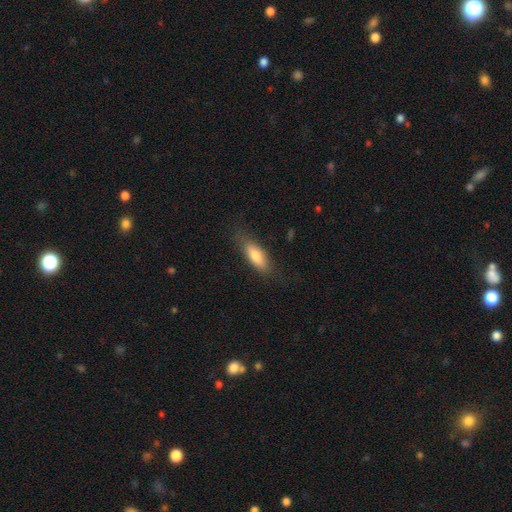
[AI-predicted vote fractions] Smooth or featured: smooth — 74% (featured or disk — 19%)
How rounded: in between — 62% (cigar-shaped — 35%)
Merging: none — 77% (minor disturbance — 17%)